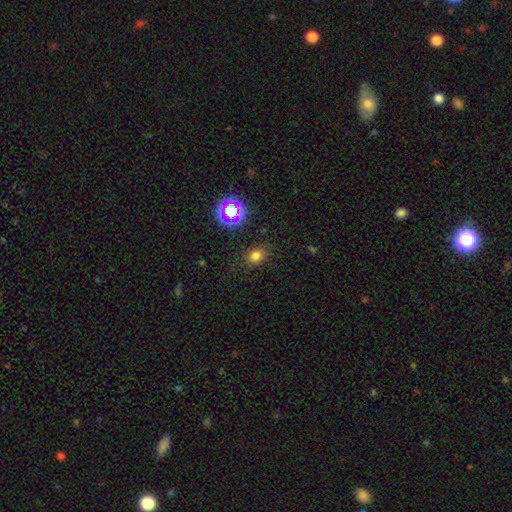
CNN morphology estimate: Overall: smooth (71%). How rounded: round (53%; in between 45%). Merging: none (80%).